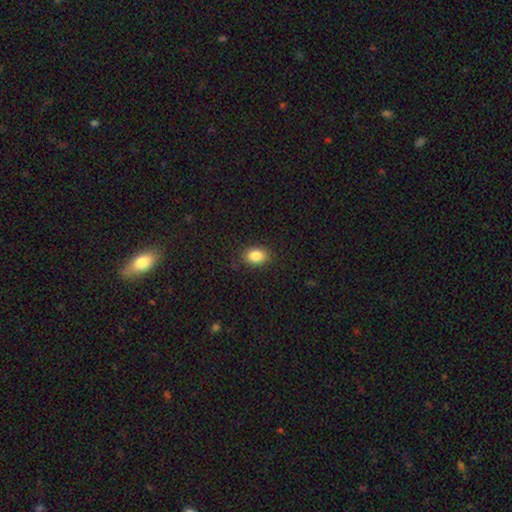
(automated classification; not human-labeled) Morphology: type=smooth (86%); roundness=in between (70%); merging=none (86%).